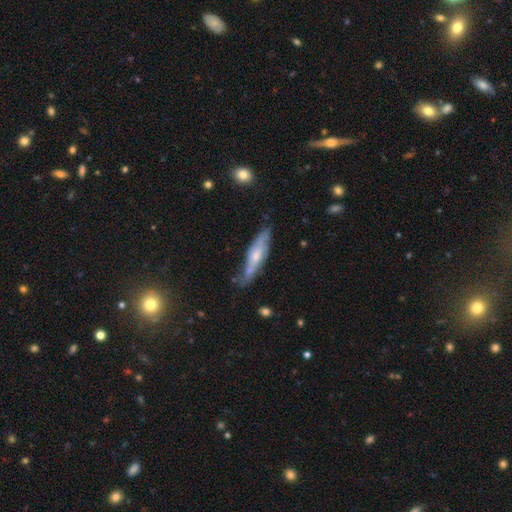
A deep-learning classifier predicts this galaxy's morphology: featured or disk 55%, smooth 39%, star or artifact 6%. Down the decision tree: edge-on disk — yes (54%); merging — none (63%).